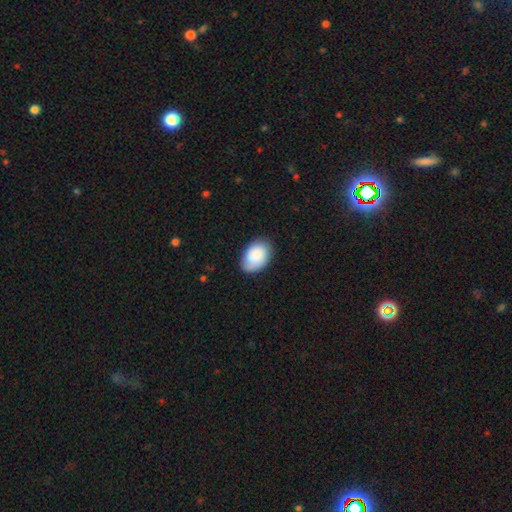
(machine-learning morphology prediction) A smooth galaxy with no disk features (86%) that is in between round and cigar-shaped (88%).

Vote fractions:
- Smooth or featured? smooth: 86% / featured or disk: 8% / star or artifact: 6%
- How rounded? in between: 88% / round: 11% / cigar-shaped: 1%
- Merging? none: 79% / minor disturbance: 16% / major disturbance: 3% / merger: 1%